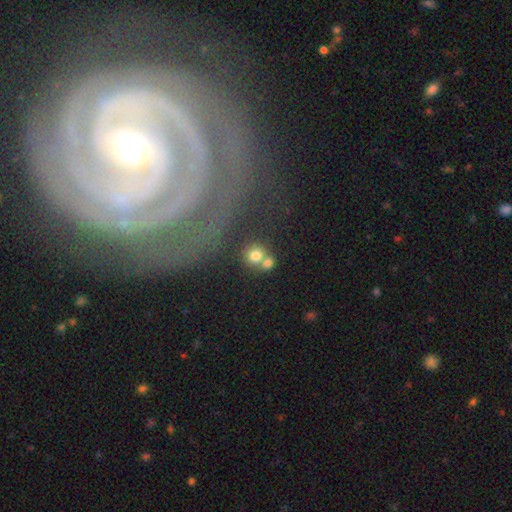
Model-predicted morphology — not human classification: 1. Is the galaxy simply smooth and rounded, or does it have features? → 75% smooth, 14% star or artifact, 11% featured or disk.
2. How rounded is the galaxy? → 87% round, 12% in between, 1% cigar-shaped.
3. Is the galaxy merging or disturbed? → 52% none, 36% merger, 8% minor disturbance, 4% major disturbance.